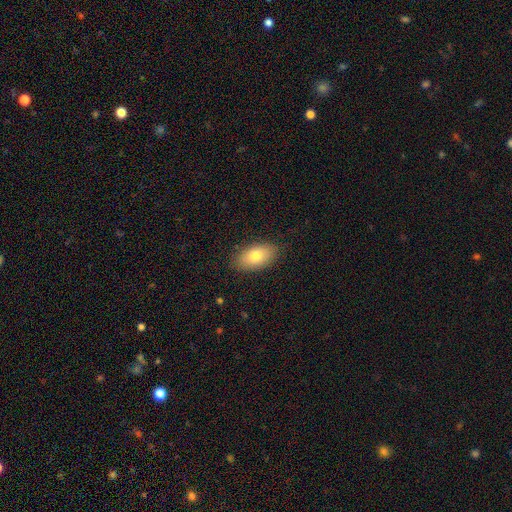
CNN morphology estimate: Overall: smooth (78%). How rounded: in between (93%). Merging: none (86%).